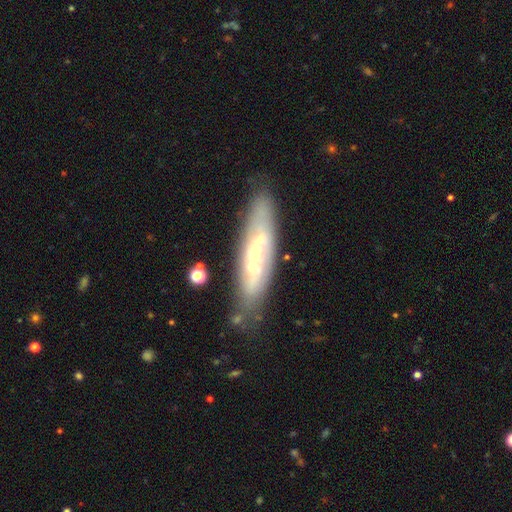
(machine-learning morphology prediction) The model was most divided on "edge-on disk": no: 67%, yes: 33%. More confident: merging — none (76%); smooth or featured — featured or disk (68%).